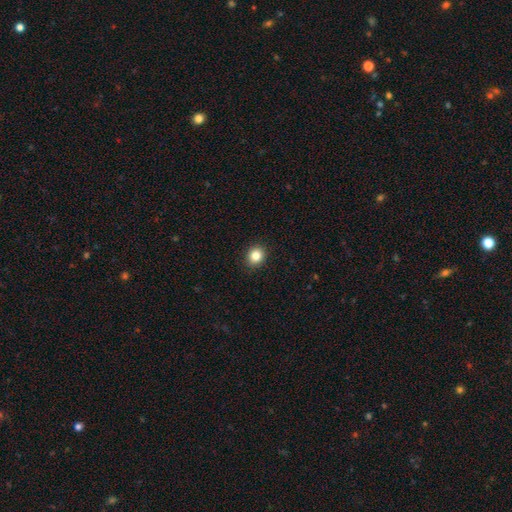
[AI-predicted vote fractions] The model was most divided on "how rounded": round: 70%, in between: 29%, cigar-shaped: 1%. More confident: merging — none (91%); smooth or featured — smooth (85%).